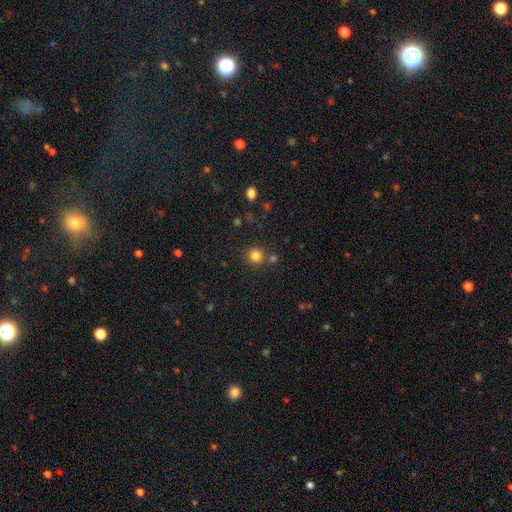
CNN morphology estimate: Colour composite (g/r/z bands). It shows a smooth galaxy with no disk features (81%) that is round (92%). Merging: none (78%).